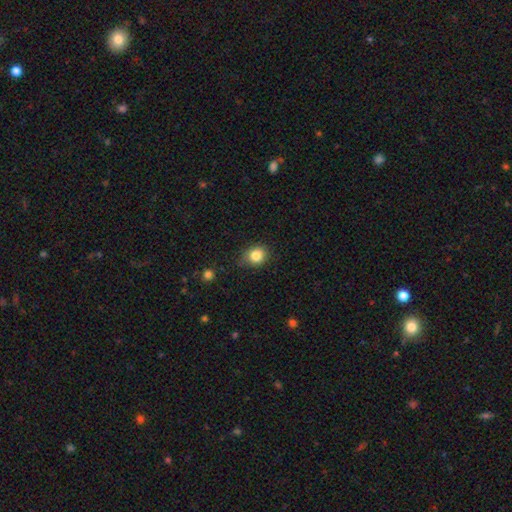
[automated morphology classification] Smooth or featured? smooth (83%)
How rounded? round (74%)
Merging? none (76%)